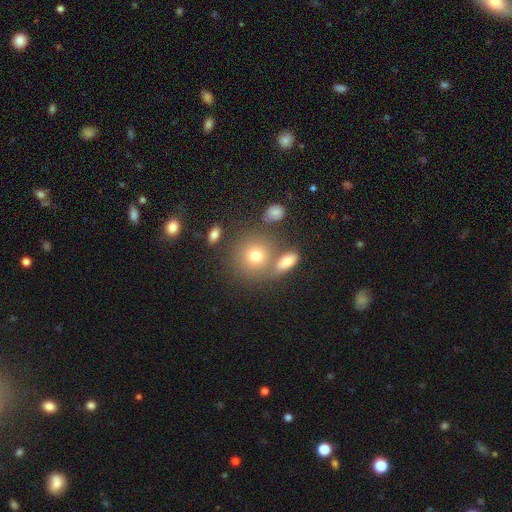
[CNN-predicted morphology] Smooth or featured?
  - smooth: 74% *
  - featured or disk: 14%
  - star or artifact: 13%
How rounded?
  - round: 85% *
  - in between: 14%
  - cigar-shaped: 1%
Merging?
  - none: 63% *
  - merger: 21%
  - minor disturbance: 11%
  - major disturbance: 5%